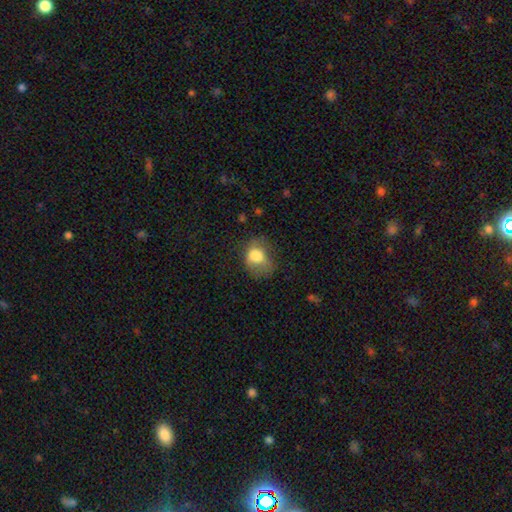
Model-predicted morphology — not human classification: Smooth or featured? smooth (75%)
How rounded? in between (58%)
Merging? none (40%)